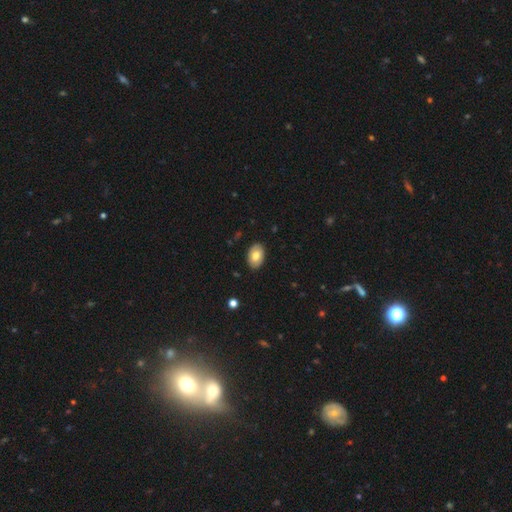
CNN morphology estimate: Smooth or featured? Predicted: smooth (p=0.71). How rounded? Predicted: in between (p=0.89). Merging? Predicted: none (p=0.88).